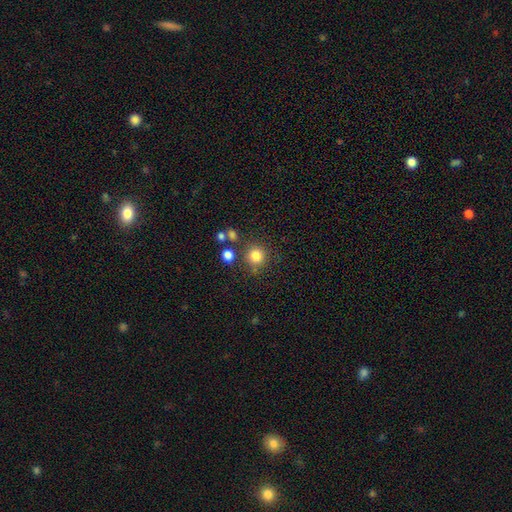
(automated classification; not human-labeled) Q: Smooth or featured?
A: smooth (81%); runner-up: star or artifact (13%)
Q: How rounded?
A: round (93%); runner-up: in between (6%)
Q: Merging?
A: none (79%); runner-up: minor disturbance (9%)